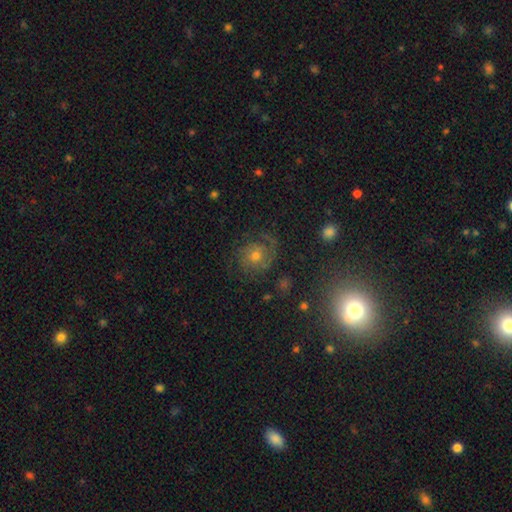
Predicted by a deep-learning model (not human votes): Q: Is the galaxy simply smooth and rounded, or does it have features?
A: featured or disk — 66%.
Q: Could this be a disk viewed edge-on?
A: no — 97%.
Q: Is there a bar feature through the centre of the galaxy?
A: no — 77%.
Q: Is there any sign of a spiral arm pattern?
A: yes — 91%.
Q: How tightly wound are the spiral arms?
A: tight — 46%.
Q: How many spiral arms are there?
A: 2 — 39%.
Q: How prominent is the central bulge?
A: moderate — 55%.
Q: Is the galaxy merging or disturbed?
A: none — 67%.